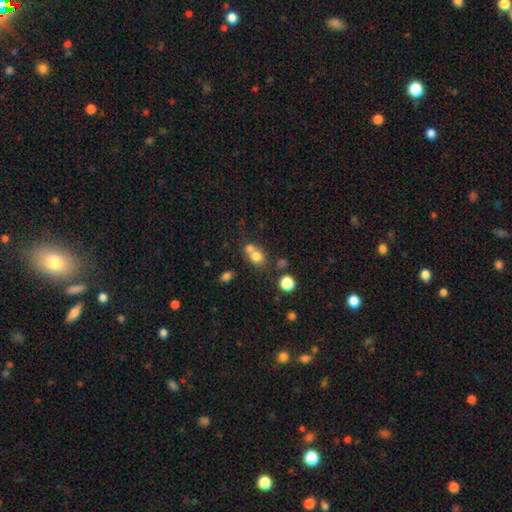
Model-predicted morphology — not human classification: type=smooth (74%); roundness=round (67%); merging=merger (49%).